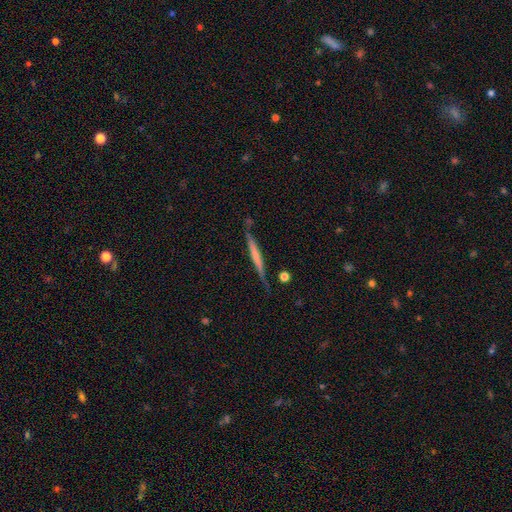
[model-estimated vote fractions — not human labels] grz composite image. It shows a featured or disk galaxy (50%) viewed edge-on (96%). Merging: none (78%).